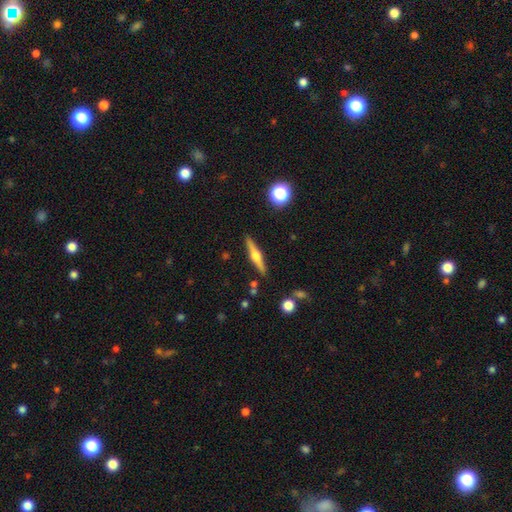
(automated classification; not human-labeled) The model was most divided on "smooth or featured": featured or disk: 70%, smooth: 24%, star or artifact: 6%. More confident: edge-on disk — yes (97%); edge-on bulge — rounded (94%); merging — none (89%).